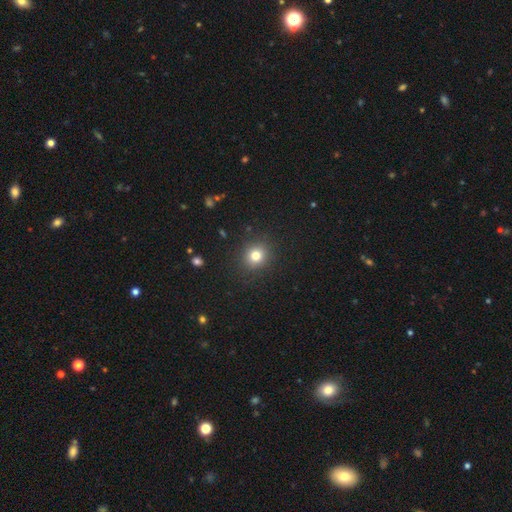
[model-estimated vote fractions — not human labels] smooth-or-featured: smooth: 79% | star or artifact: 14% | featured or disk: 7%
  how-rounded: round: 86% | in between: 13% | cigar-shaped: 1%
  merging: none: 89% | minor disturbance: 7% | major disturbance: 3% | merger: 1%